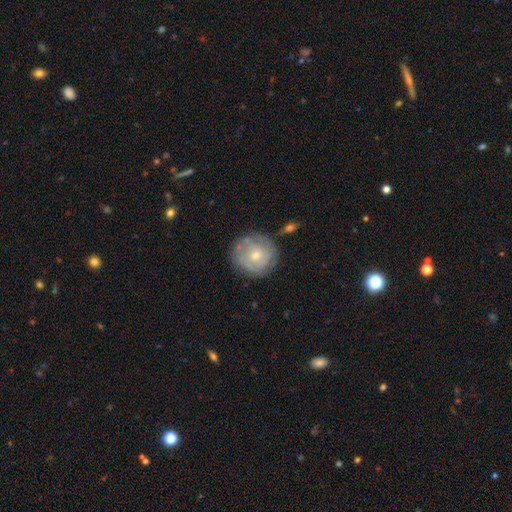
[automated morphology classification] smooth_or_featured: featured or disk (p=0.56) [alt: smooth p=0.38]
disk_edge_on: no (p=0.97) [alt: yes p=0.03]
bar: no (p=0.79) [alt: weak p=0.18]
has_spiral_arms: yes (p=0.67) [alt: no p=0.33]
bulge_size: moderate (p=0.51) [alt: small p=0.44]
merging: none (p=0.71) [alt: minor disturbance p=0.19]